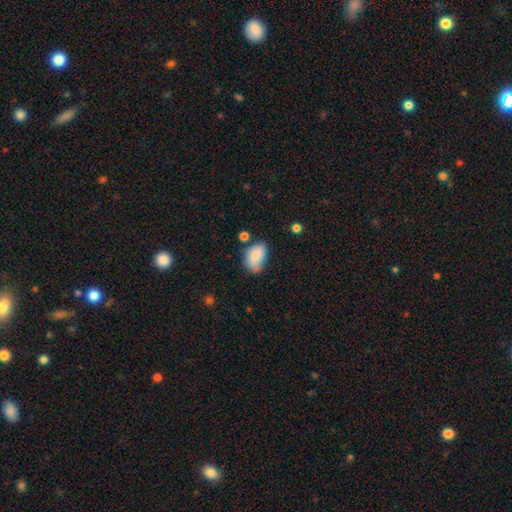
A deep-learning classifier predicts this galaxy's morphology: Smooth or featured: smooth — 81% (featured or disk — 12%)
How rounded: in between — 88% (round — 11%)
Merging: none — 55% (minor disturbance — 30%)